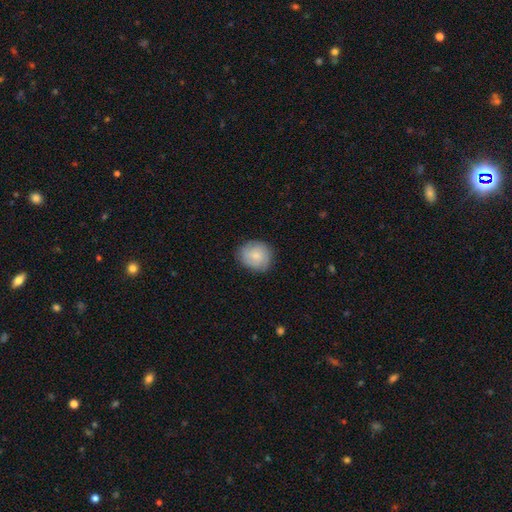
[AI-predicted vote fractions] This is likely a smooth galaxy (73%). How rounded: likely round (76%). Merging: clearly none (81%).